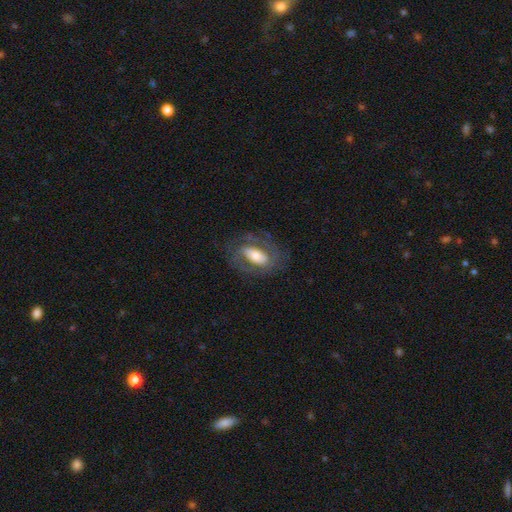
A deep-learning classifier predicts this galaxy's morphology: A featured or disk galaxy (60%) with no bar (38%), spiral arms (61%) and a moderate central bulge (45%).

Vote fractions:
- Smooth or featured? featured or disk: 60% / smooth: 33% / star or artifact: 7%
- Edge-on disk? no: 92% / yes: 8%
- Bar? no: 38% / strong: 33% / weak: 29%
- Spiral arms? yes: 61% / no: 39%
- Bulge size? moderate: 45% / large: 28% / small: 21% / dominant: 4% / none: 2%
- Merging? none: 71% / minor disturbance: 15% / major disturbance: 12% / merger: 1%